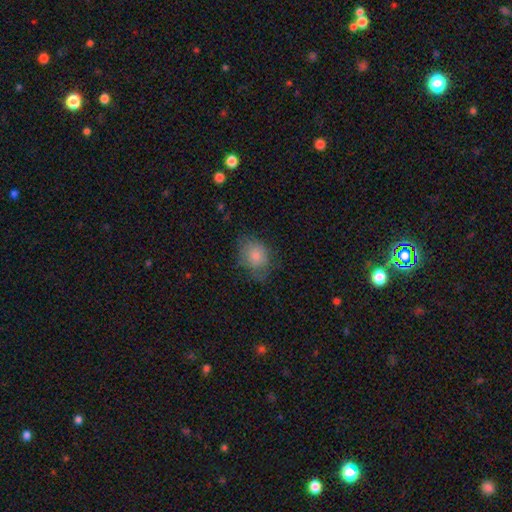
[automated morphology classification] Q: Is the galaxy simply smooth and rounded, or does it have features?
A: smooth — 75%.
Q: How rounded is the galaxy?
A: in between — 58%.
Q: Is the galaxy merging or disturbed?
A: none — 62%.